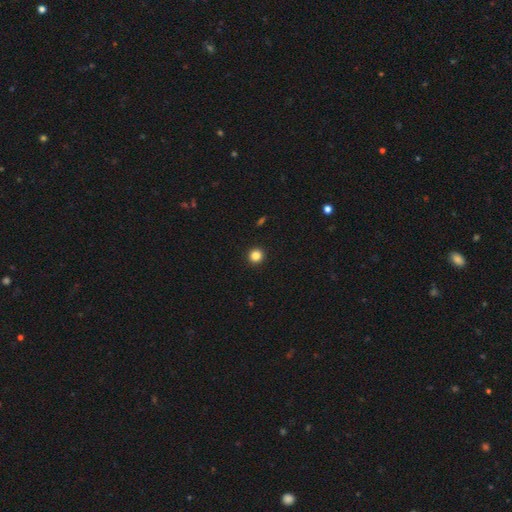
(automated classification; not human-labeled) Smooth or featured: smooth — 84% (star or artifact — 12%)
How rounded: round — 95% (in between — 4%)
Merging: none — 94% (minor disturbance — 4%)